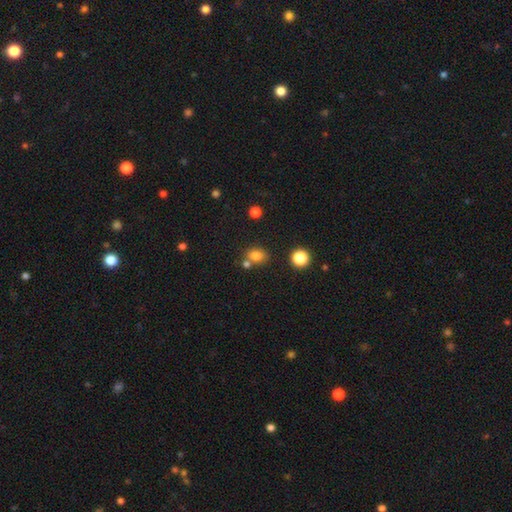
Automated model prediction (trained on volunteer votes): Morphology: type=smooth (79%); roundness=round (51%); merging=none (64%).